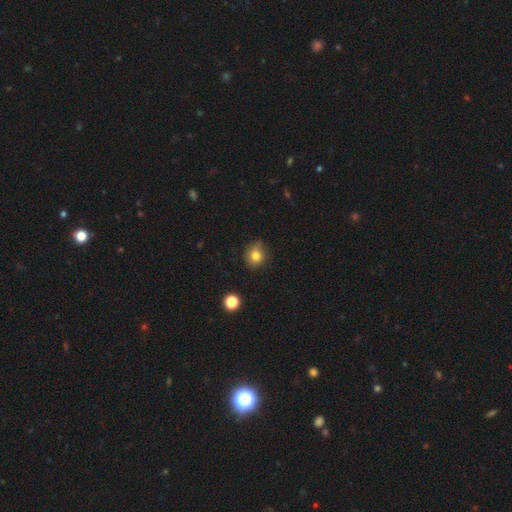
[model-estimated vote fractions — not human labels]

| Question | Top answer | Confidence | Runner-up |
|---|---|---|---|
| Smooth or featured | smooth | 79% | star or artifact (12%) |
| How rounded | round | 79% | in between (20%) |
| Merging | none | 71% | minor disturbance (23%) |